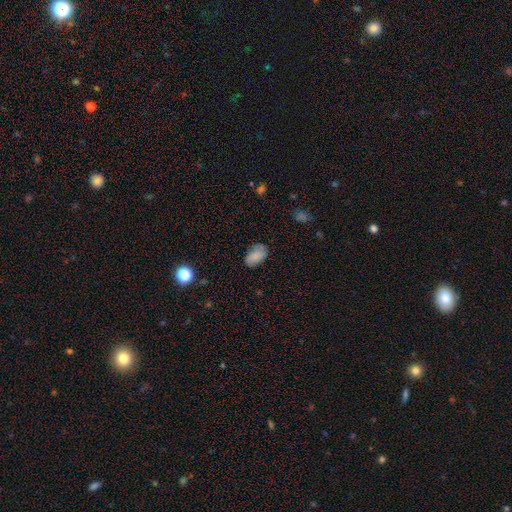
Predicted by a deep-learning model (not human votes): A smooth galaxy with no disk features (79%) that is in between round and cigar-shaped (90%). Merging: none (71%).